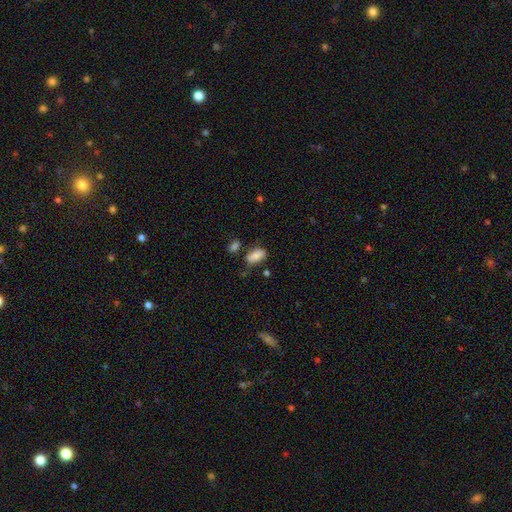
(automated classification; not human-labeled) smooth-or-featured: smooth: 79% | featured or disk: 12% | star or artifact: 8%
  how-rounded: in between: 91% | round: 5% | cigar-shaped: 4%
  merging: none: 58% | minor disturbance: 24% | merger: 10% | major disturbance: 8%